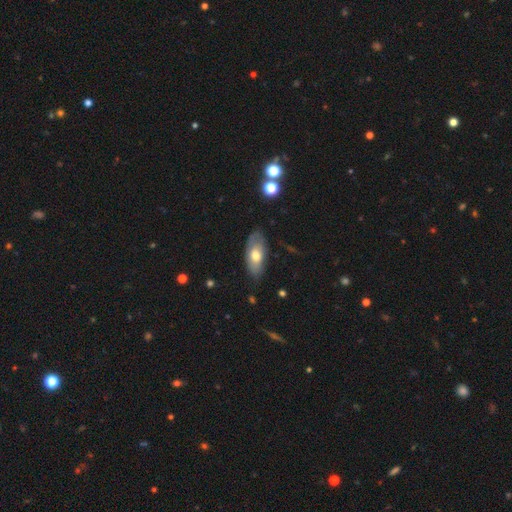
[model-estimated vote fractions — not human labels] This is possibly a smooth galaxy (60%). How rounded: clearly in between (89%). Merging: likely none (71%).